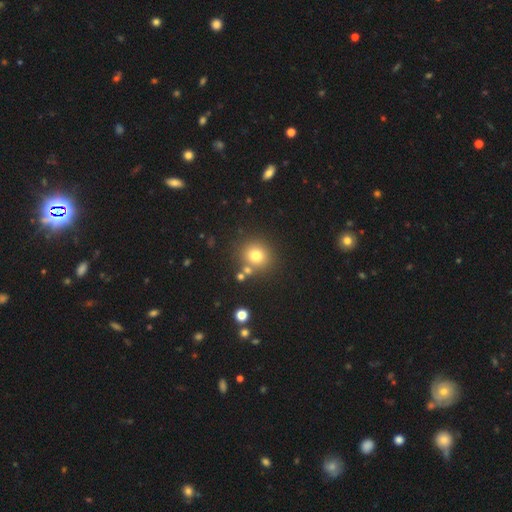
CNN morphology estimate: A smooth galaxy with no disk features (76%) that is round (85%). Merging: none (77%).